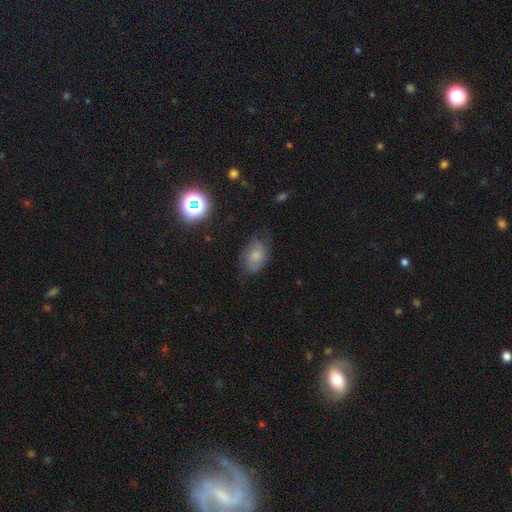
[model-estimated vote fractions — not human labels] This is likely a smooth galaxy (63%). How rounded: clearly in between (81%). Merging: possibly none (58%).